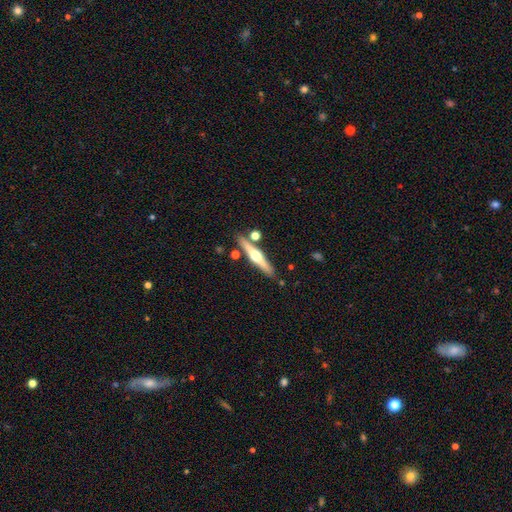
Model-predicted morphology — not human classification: Smooth or featured? featured or disk (67%)
Edge-on disk? yes (96%)
Edge-on bulge? rounded (95%)
Merging? none (84%)